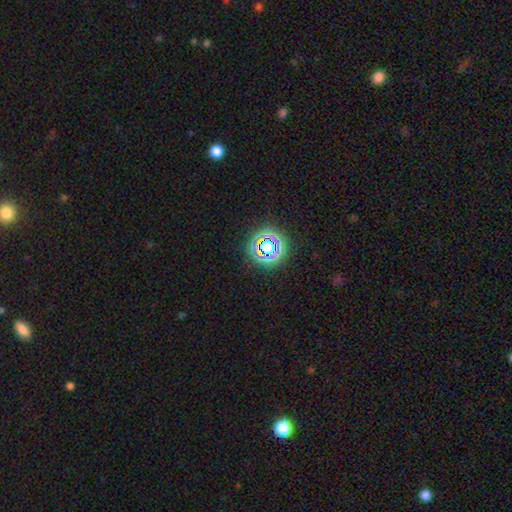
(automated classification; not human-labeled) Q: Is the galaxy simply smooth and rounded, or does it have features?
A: star or artifact — 70%.